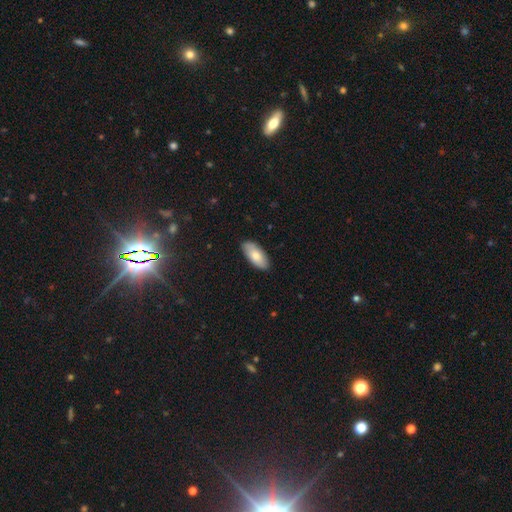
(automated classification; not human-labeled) The model was most divided on "smooth or featured": smooth: 78%, featured or disk: 16%, star or artifact: 6%. More confident: how rounded — in between (90%); merging — none (87%).